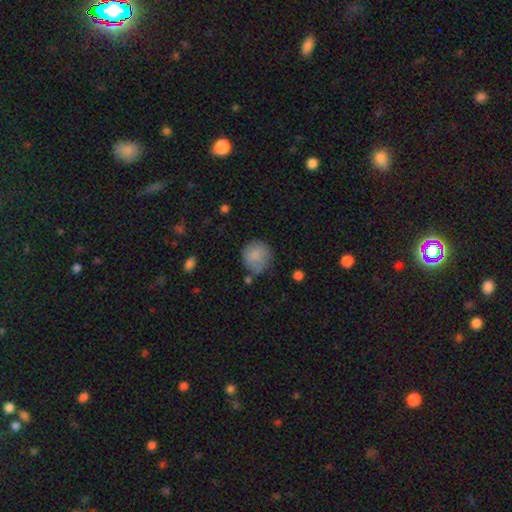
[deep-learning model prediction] Overall: smooth (80%). How rounded: round (86%). Merging: none (62%; minor disturbance 24%).